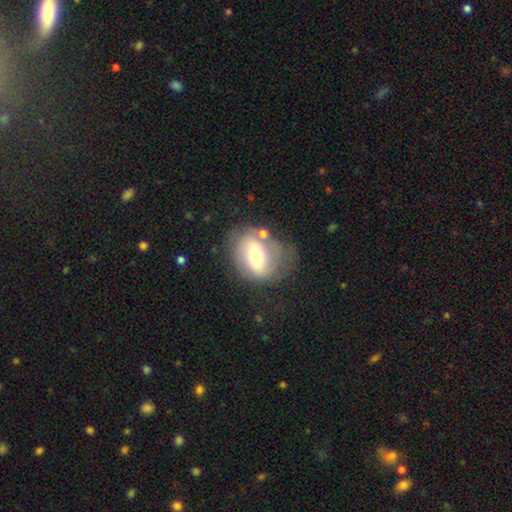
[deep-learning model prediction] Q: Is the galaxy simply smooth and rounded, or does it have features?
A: smooth — 51%.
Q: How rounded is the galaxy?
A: in between — 53%.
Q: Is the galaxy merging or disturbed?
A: none — 53%.